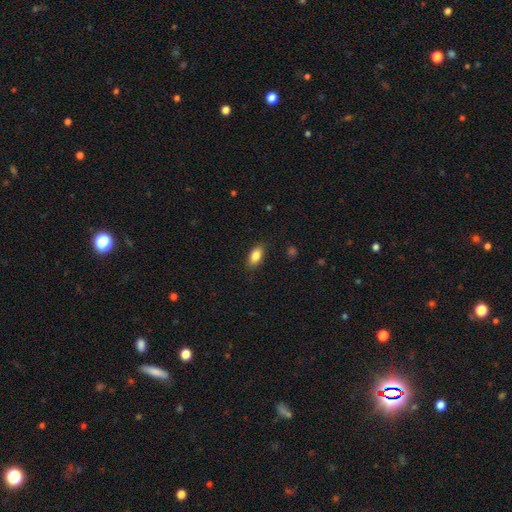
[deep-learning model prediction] smooth-or-featured: smooth: 84% | featured or disk: 9% | star or artifact: 8%
  how-rounded: in between: 88% | cigar-shaped: 6% | round: 6%
  merging: none: 84% | minor disturbance: 13% | major disturbance: 3% | merger: 1%